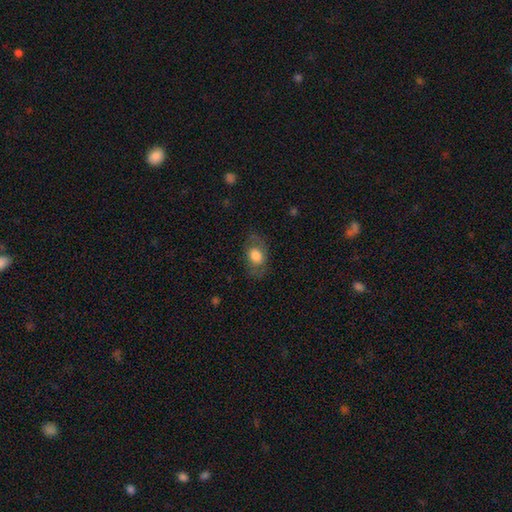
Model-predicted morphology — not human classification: smooth-or-featured: smooth: 66% | featured or disk: 26% | star or artifact: 7%
  how-rounded: in between: 80% | round: 18% | cigar-shaped: 2%
  merging: none: 74% | minor disturbance: 17% | major disturbance: 8% | merger: 1%